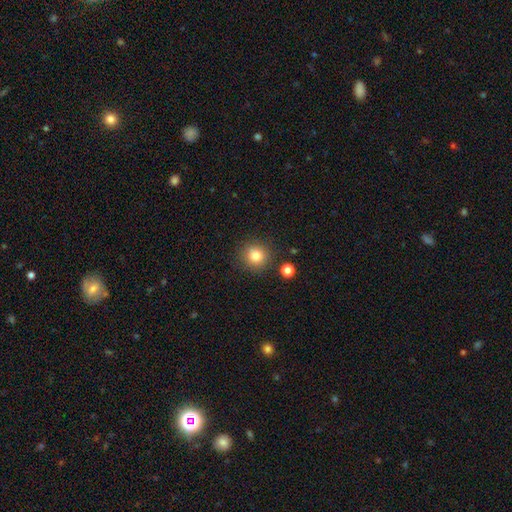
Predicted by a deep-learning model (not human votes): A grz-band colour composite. It shows a smooth galaxy with no disk features (82%) that is round (91%). Merging: none (86%).